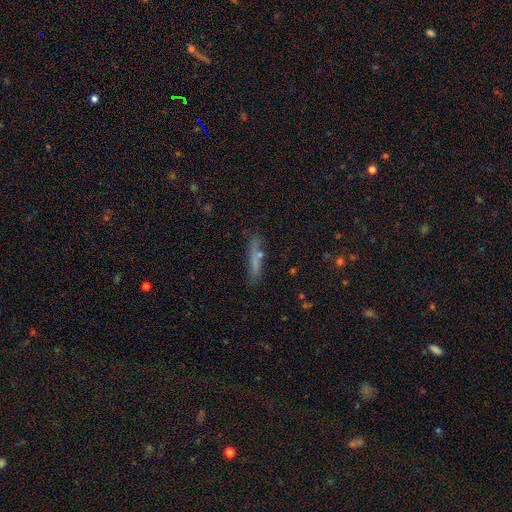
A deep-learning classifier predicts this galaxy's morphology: A smooth galaxy with no disk features (58%) that is cigar-shaped (87%).

Vote fractions:
- Smooth or featured? smooth: 58% / featured or disk: 27% / star or artifact: 15%
- How rounded? cigar-shaped: 87% / in between: 11% / round: 3%
- Merging? none: 75% / minor disturbance: 16% / major disturbance: 5% / merger: 4%